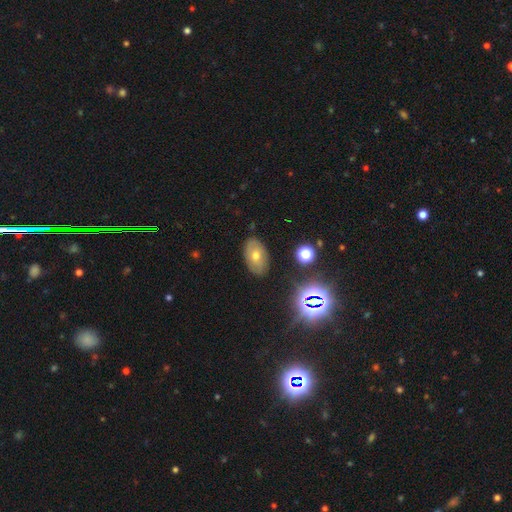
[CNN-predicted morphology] Smooth or featured?
  - smooth: 49% *
  - featured or disk: 34%
  - star or artifact: 17%
Merging?
  - none: 82% *
  - minor disturbance: 13%
  - major disturbance: 3%
  - merger: 2%